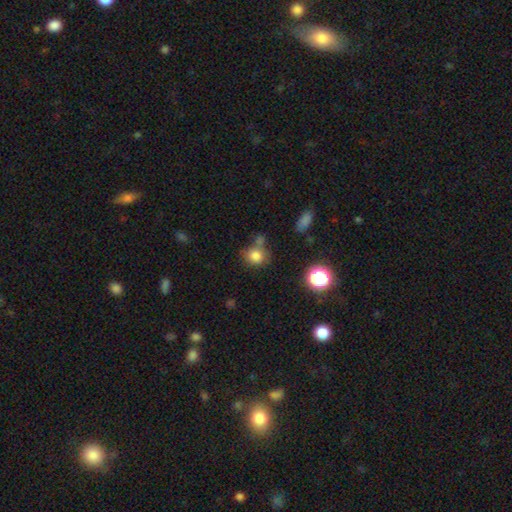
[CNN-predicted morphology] Smooth or featured: smooth — 80% (star or artifact — 13%)
How rounded: round — 77% (in between — 22%)
Merging: none — 60% (merger — 17%)